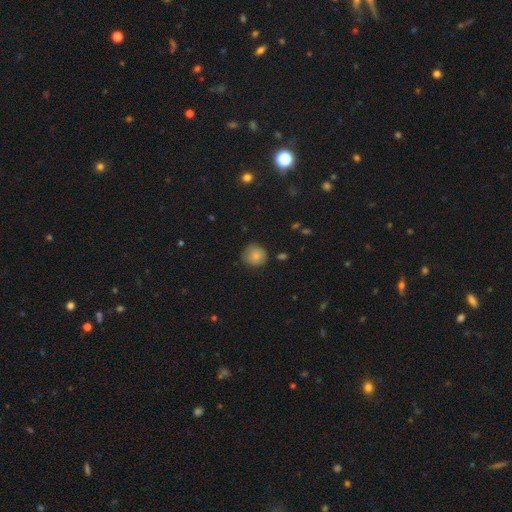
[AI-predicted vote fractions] Smooth or featured? smooth (82%)
How rounded? round (87%)
Merging? none (73%)